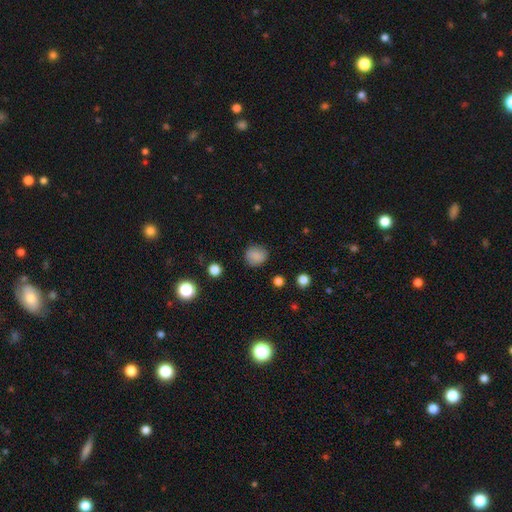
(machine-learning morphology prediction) Smooth or featured? smooth (84%)
How rounded? round (83%)
Merging? none (85%)